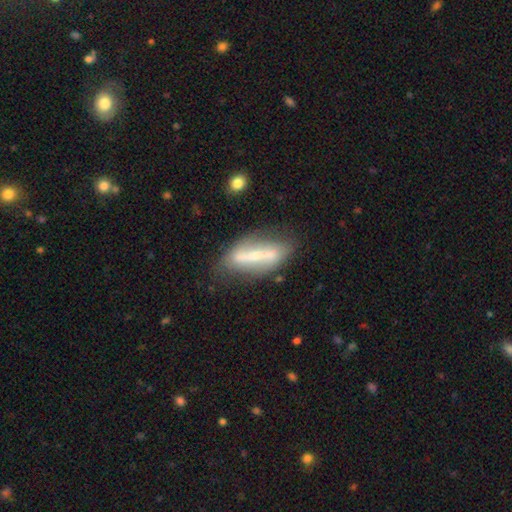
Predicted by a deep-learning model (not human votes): smooth-or-featured: featured or disk: 68% | smooth: 25% | star or artifact: 7%
  disk-edge-on: no: 76% | yes: 24%
    bar: strong: 66% | weak: 21% | no: 13%
    has-spiral-arms: yes: 65% | no: 35%
    bulge-size: small: 56% | moderate: 26% | none: 13% | large: 3% | dominant: 2%
  merging: none: 71% | minor disturbance: 19% | major disturbance: 7% | merger: 3%